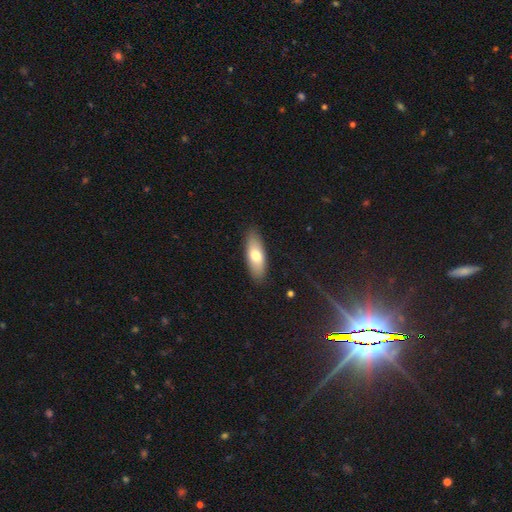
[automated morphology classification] smooth 73%, featured or disk 22%, star or artifact 6%. Down the decision tree: how rounded — in between (70%); merging — none (87%).